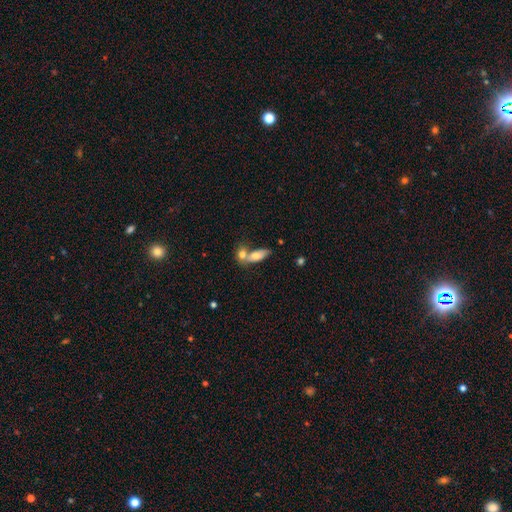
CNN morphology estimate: This is likely a smooth galaxy (72%). How rounded: likely in between (79%). Merging: possibly merger (55%).